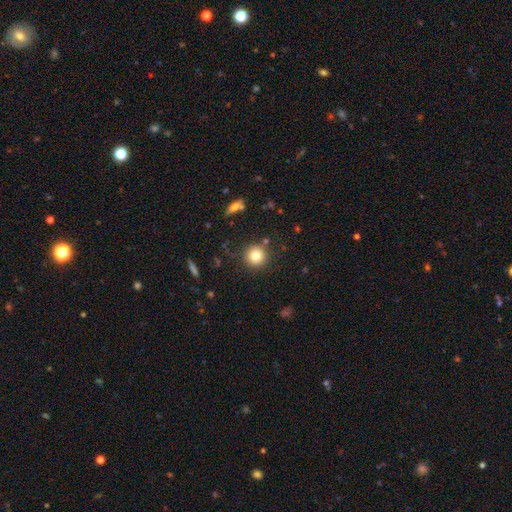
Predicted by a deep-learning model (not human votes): Overall: smooth (82%). How rounded: round (94%). Merging: none (87%).